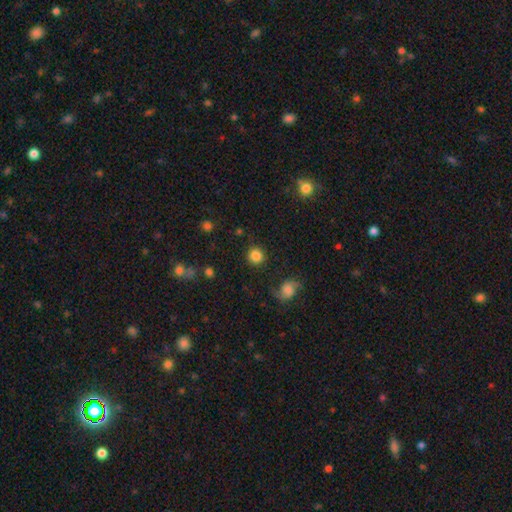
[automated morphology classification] Smooth or featured? Predicted: smooth (p=0.83). How rounded? Predicted: round (p=0.93). Merging? Predicted: none (p=0.86).